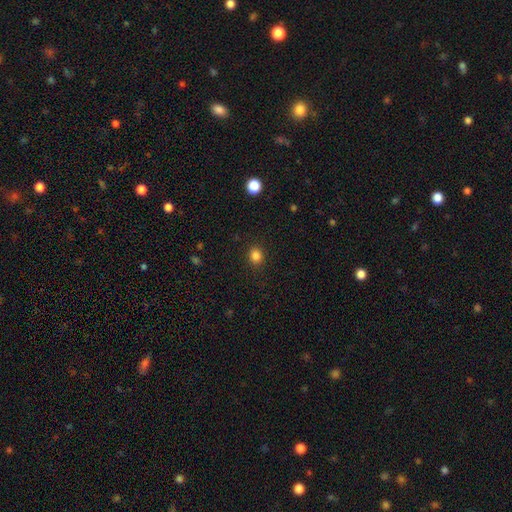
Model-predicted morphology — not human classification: This is clearly a smooth galaxy (84%). How rounded: likely round (72%). Merging: clearly none (89%).